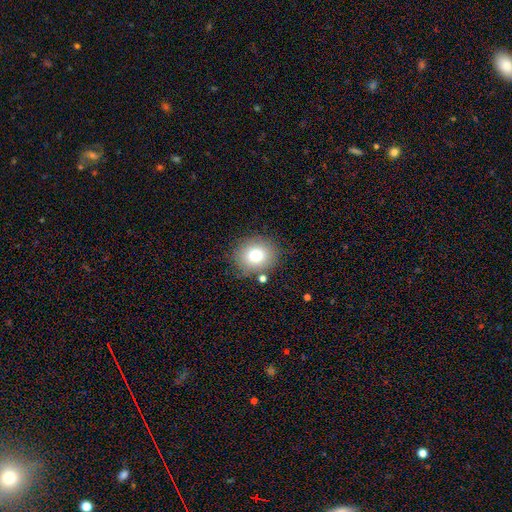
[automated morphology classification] Smooth or featured? smooth (76%)
How rounded? round (69%)
Merging? none (81%)